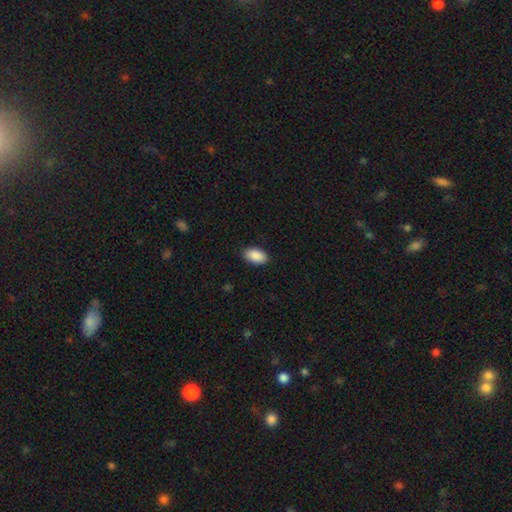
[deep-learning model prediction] smooth 90%, star or artifact 7%, featured or disk 3%. Down the decision tree: how rounded — in between (95%); merging — none (89%).